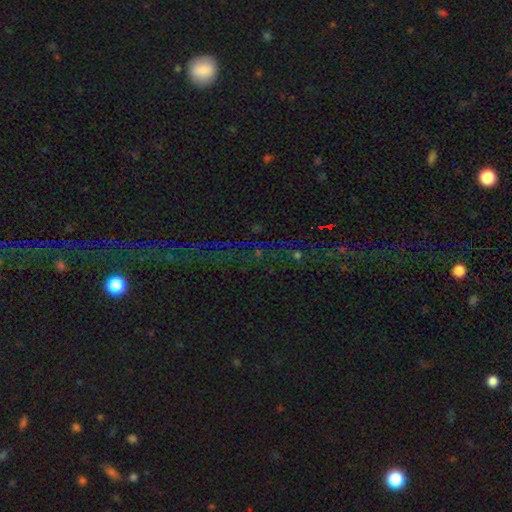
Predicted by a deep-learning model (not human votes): A star or artifact, not a galaxy (73%).